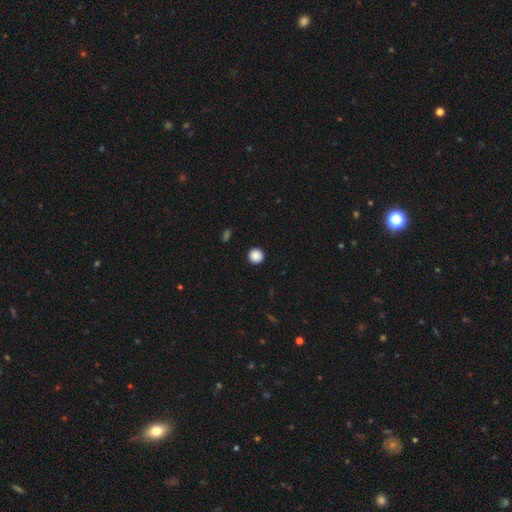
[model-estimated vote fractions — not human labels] The model was most divided on "smooth or featured": smooth: 88%, star or artifact: 9%, featured or disk: 2%. More confident: how rounded — round (95%); merging — none (93%).